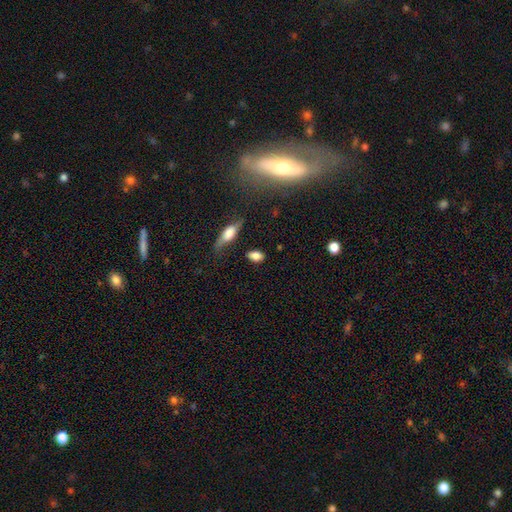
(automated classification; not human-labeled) smooth-or-featured: smooth: 81% | featured or disk: 10% | star or artifact: 9%
  how-rounded: in between: 84% | round: 11% | cigar-shaped: 5%
  merging: none: 74% | minor disturbance: 17% | major disturbance: 5% | merger: 4%